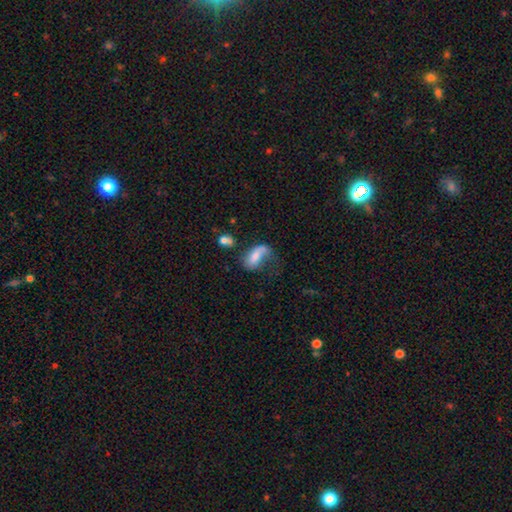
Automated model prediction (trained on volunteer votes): A smooth galaxy with no disk features (58%) that is in between round and cigar-shaped (87%).

Vote fractions:
- Smooth or featured? smooth: 58% / featured or disk: 33% / star or artifact: 9%
- How rounded? in between: 87% / round: 7% / cigar-shaped: 6%
- Merging? major disturbance: 35% / none: 30% / minor disturbance: 25% / merger: 10%